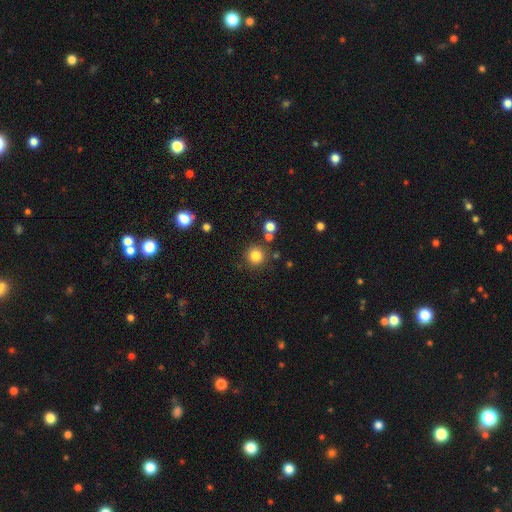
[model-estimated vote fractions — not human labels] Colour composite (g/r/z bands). It shows a smooth galaxy with no disk features (82%) that is round (94%). Merging: none (83%).